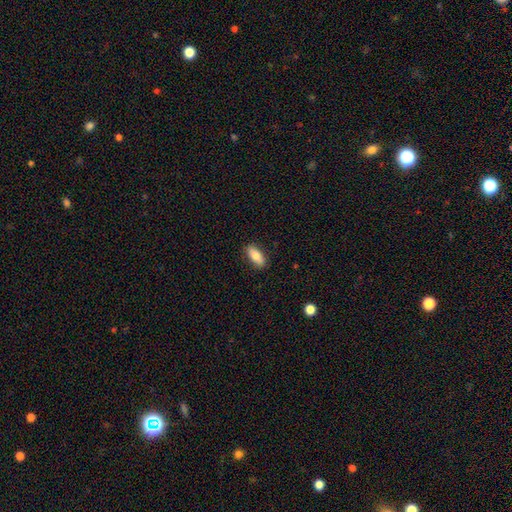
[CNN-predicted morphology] smooth-or-featured: smooth: 79% | featured or disk: 15% | star or artifact: 6%
  how-rounded: in between: 81% | cigar-shaped: 17% | round: 3%
  merging: none: 87% | minor disturbance: 10% | major disturbance: 2% | merger: 1%